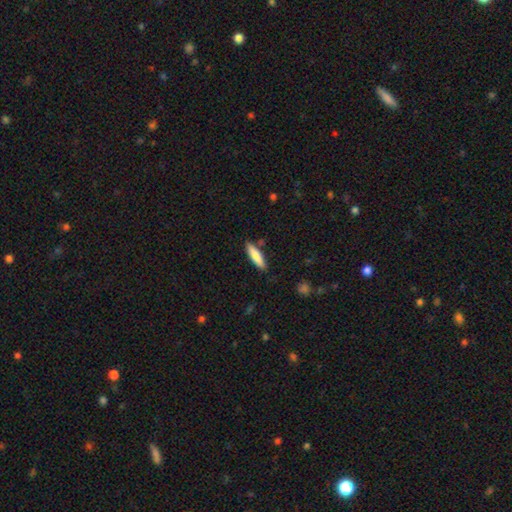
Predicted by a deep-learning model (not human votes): Q: Smooth or featured?
A: smooth (81%); runner-up: featured or disk (13%)
Q: How rounded?
A: cigar-shaped (73%); runner-up: in between (25%)
Q: Merging?
A: none (85%); runner-up: minor disturbance (10%)